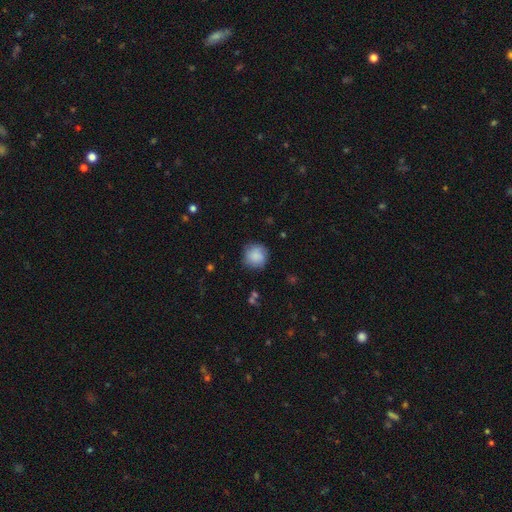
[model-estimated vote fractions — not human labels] A smooth galaxy with no disk features (84%) that is round (92%).

Vote fractions:
- Smooth or featured? smooth: 84% / featured or disk: 8% / star or artifact: 7%
- How rounded? round: 92% / in between: 7% / cigar-shaped: 1%
- Merging? none: 81% / minor disturbance: 14% / major disturbance: 4% / merger: 1%